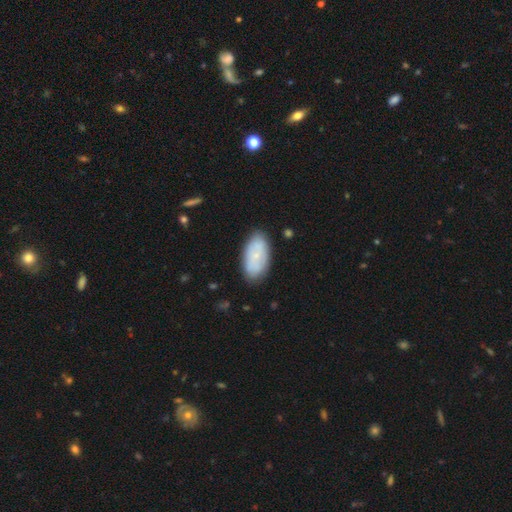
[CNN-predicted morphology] smooth 62%, featured or disk 32%, star or artifact 7%. Down the decision tree: how rounded — in between (94%); merging — none (79%).